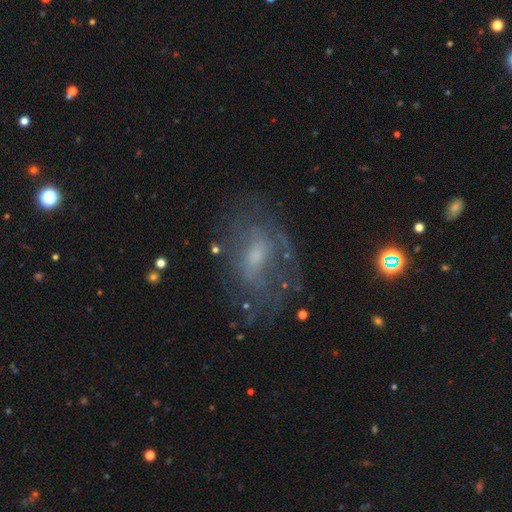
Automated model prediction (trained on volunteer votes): Overall: featured or disk (63%; smooth 24%). Edge-on disk: no (94%). Bar: no (55%; weak 38%). Spiral arms: yes (54%; no 46%). Bulge size: small (48%; moderate 38%). Merging: none (60%).